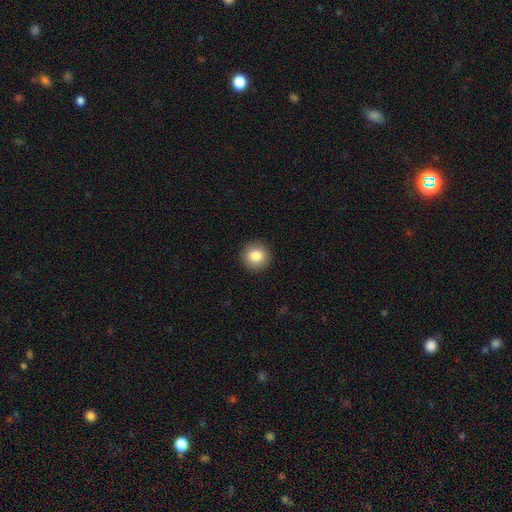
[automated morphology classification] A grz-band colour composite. It shows a smooth galaxy with no disk features (84%) that is round (94%). Merging: none (92%).